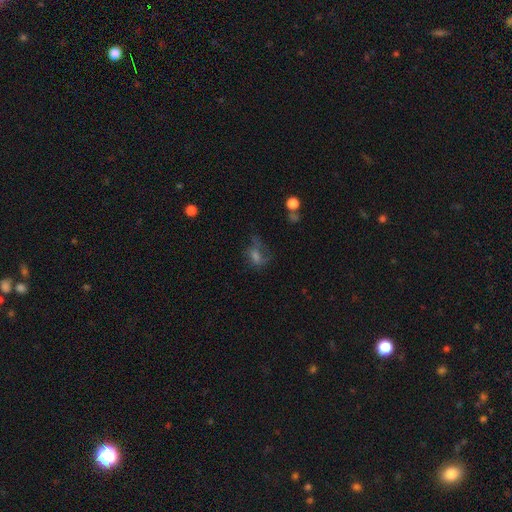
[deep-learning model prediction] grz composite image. It shows a smooth galaxy with no disk features (40%). Merging: none (41%).